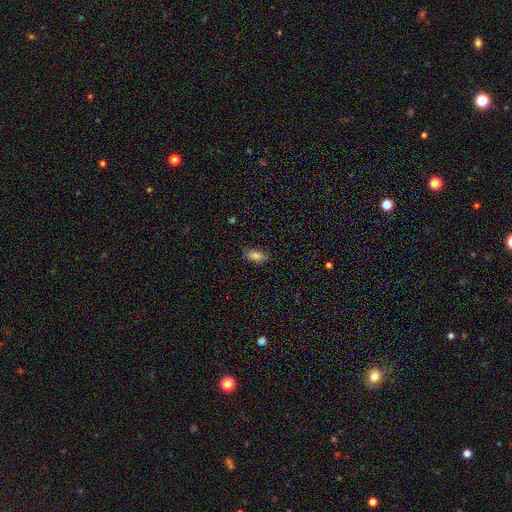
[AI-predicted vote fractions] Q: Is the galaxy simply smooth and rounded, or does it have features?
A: smooth — 83%.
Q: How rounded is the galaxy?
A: in between — 89%.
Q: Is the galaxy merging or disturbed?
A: none — 85%.